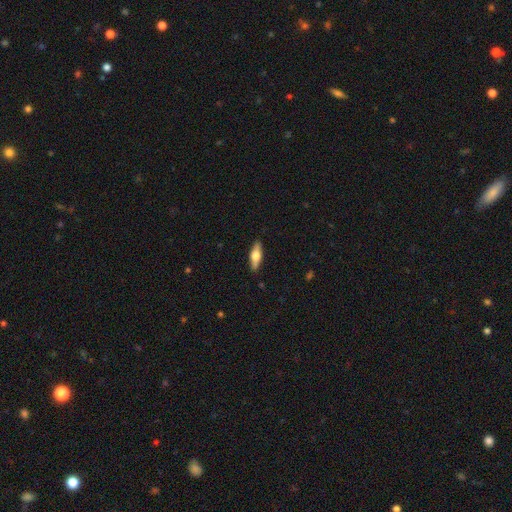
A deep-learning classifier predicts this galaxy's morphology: Smooth or featured? smooth (48%)
Merging? none (89%)